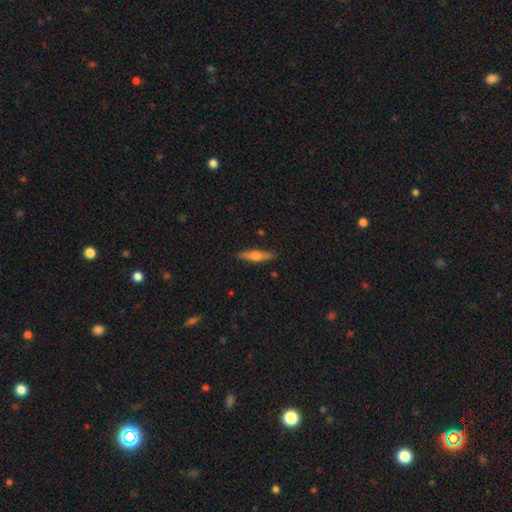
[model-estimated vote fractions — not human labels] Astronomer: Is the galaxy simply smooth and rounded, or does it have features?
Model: smooth — 51% (runner-up: featured or disk, 43%).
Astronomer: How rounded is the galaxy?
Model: cigar-shaped — 78%.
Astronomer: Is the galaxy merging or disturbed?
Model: none — 89%.